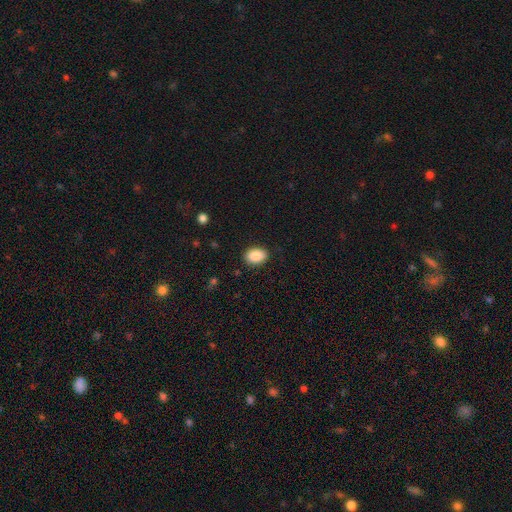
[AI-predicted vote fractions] smooth-or-featured: smooth: 89% | star or artifact: 7% | featured or disk: 4%
  how-rounded: in between: 82% | round: 17% | cigar-shaped: 1%
  merging: none: 88% | minor disturbance: 9% | major disturbance: 2% | merger: 1%